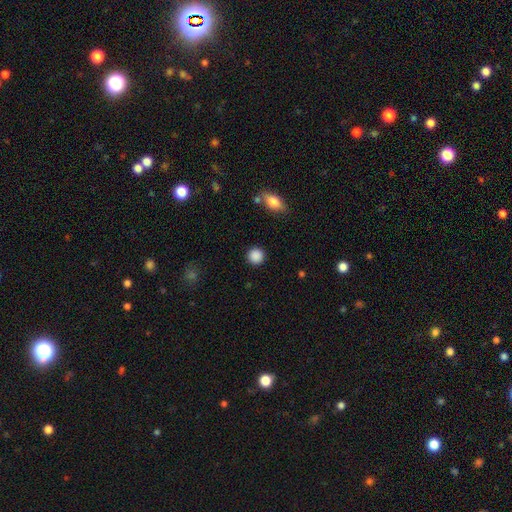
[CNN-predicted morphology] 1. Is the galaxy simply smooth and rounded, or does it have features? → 88% smooth, 9% star or artifact, 3% featured or disk.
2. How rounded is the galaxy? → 93% round, 6% in between, 1% cigar-shaped.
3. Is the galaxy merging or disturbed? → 90% none, 6% minor disturbance, 2% major disturbance, 2% merger.